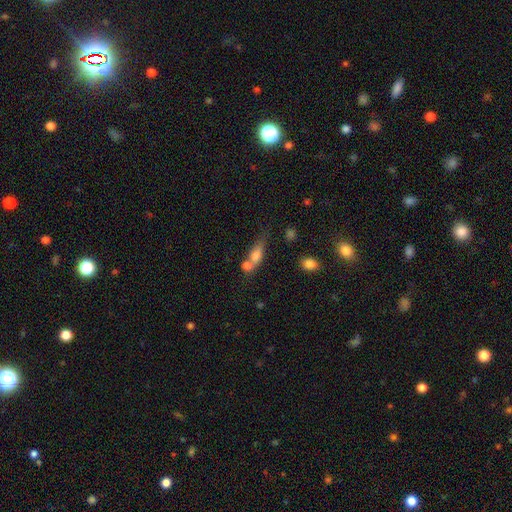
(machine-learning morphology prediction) Smooth or featured? Predicted: smooth (p=0.70). How rounded? Predicted: in between (p=0.57). Merging? Predicted: merger (p=0.53).